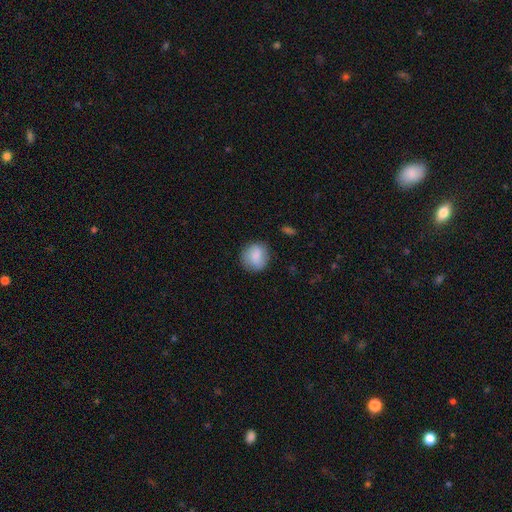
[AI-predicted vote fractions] Morphology: type=smooth (81%); roundness=round (82%); merging=none (79%).